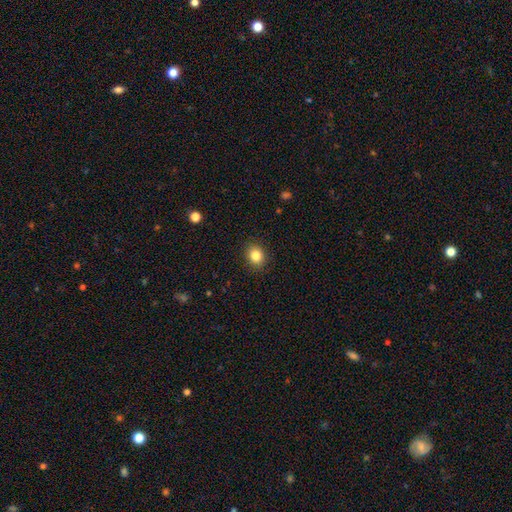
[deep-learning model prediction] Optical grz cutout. It shows a smooth galaxy with no disk features (84%) that is round (61%). Merging: none (90%).